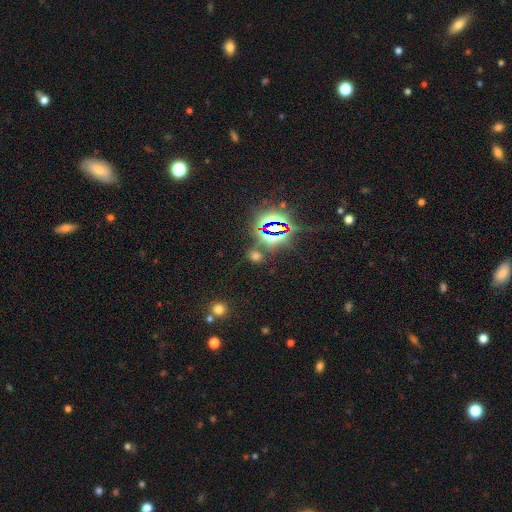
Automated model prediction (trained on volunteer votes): The model was most divided on "smooth or featured": star or artifact: 50%, smooth: 43%, featured or disk: 7%.